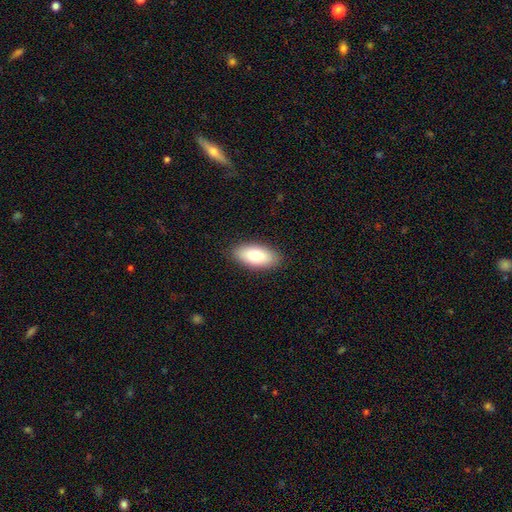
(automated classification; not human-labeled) Morphology: type=smooth (79%); roundness=in between (90%); merging=none (88%).